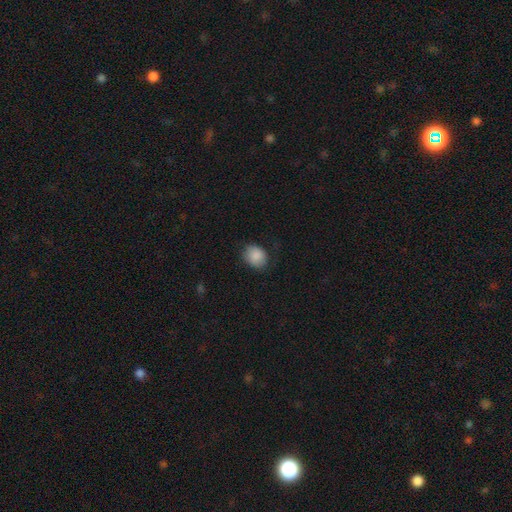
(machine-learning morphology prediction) Overall: smooth (87%). How rounded: round (57%; in between 42%). Merging: none (75%).